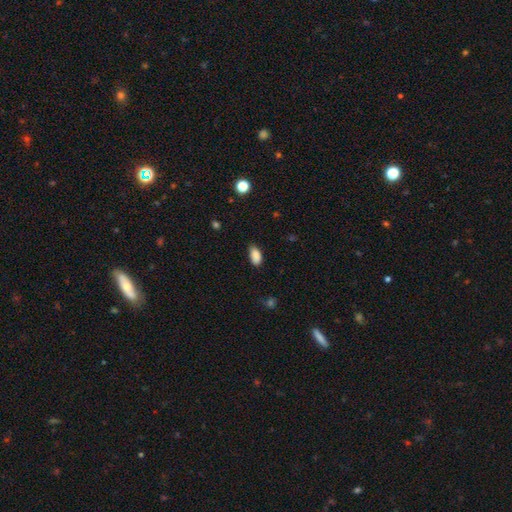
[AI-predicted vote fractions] The model was most divided on "merging": none: 78%, minor disturbance: 18%, major disturbance: 3%, merger: 1%. More confident: how rounded — in between (93%); smooth or featured — smooth (89%).